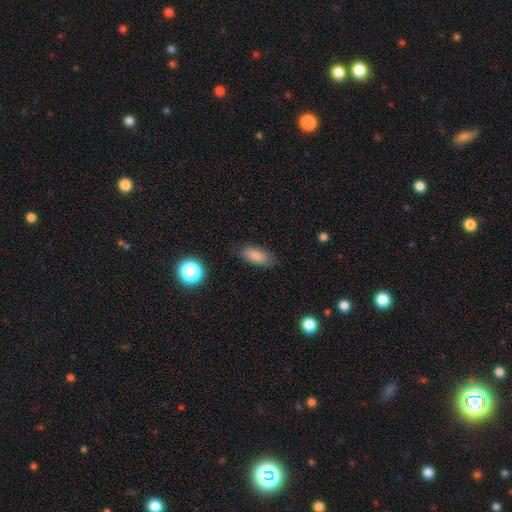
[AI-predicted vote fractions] Smooth or featured? Predicted: smooth (p=0.84). How rounded? Predicted: in between (p=0.84). Merging? Predicted: none (p=0.82).